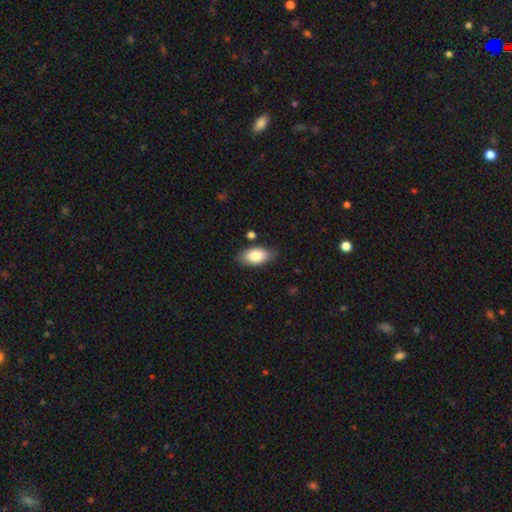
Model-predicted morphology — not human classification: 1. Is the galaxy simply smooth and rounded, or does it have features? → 84% smooth, 10% featured or disk, 6% star or artifact.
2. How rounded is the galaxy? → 93% in between, 3% round, 3% cigar-shaped.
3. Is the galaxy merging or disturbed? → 79% none, 15% minor disturbance, 3% major disturbance, 3% merger.